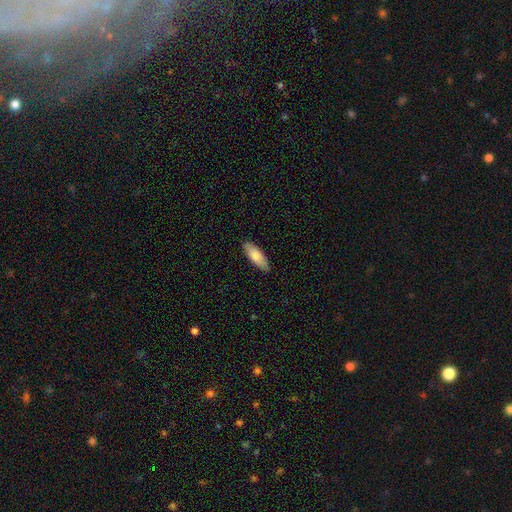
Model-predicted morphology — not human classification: smooth-or-featured: smooth: 80% | featured or disk: 14% | star or artifact: 5%
  how-rounded: in between: 67% | cigar-shaped: 32% | round: 2%
  merging: none: 87% | minor disturbance: 10% | major disturbance: 2% | merger: 1%